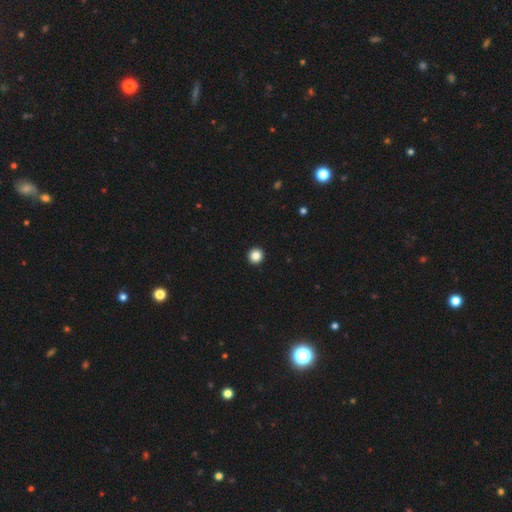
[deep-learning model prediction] A smooth galaxy with no disk features (85%) that is round (96%).

Vote fractions:
- Smooth or featured? smooth: 85% / star or artifact: 11% / featured or disk: 4%
- How rounded? round: 96% / in between: 3% / cigar-shaped: 1%
- Merging? none: 95% / minor disturbance: 3% / major disturbance: 1% / merger: 1%